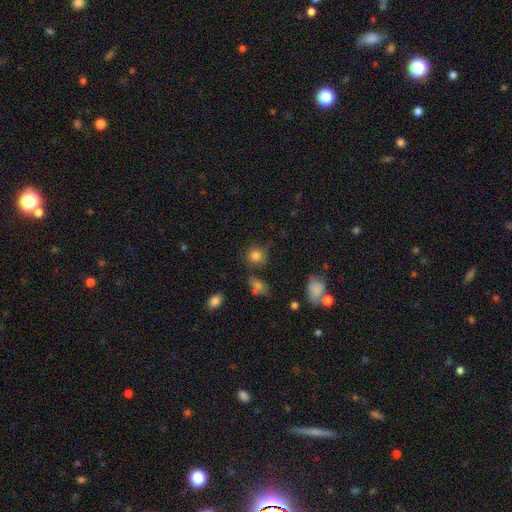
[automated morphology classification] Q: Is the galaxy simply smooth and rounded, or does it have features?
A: smooth — 81%.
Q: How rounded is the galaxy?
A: round — 86%.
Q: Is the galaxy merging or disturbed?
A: none — 77%.